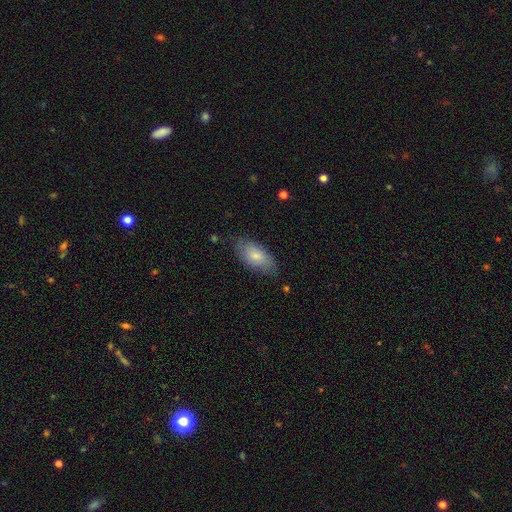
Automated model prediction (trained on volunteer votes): Smooth or featured: smooth — 78% (featured or disk — 16%)
How rounded: in between — 91% (cigar-shaped — 6%)
Merging: none — 74% (minor disturbance — 20%)